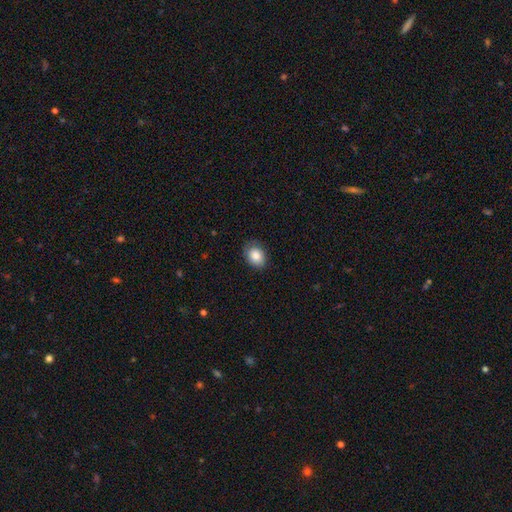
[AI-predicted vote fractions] Overall: smooth (85%). How rounded: in between (70%). Merging: none (79%).